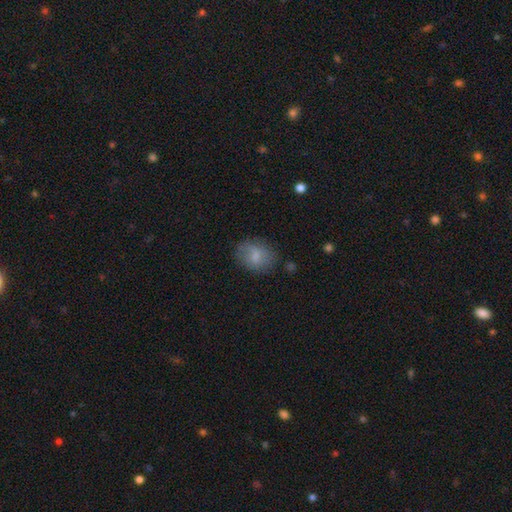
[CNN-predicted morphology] The model was most divided on "how rounded": in between: 56%, round: 42%, cigar-shaped: 1%. More confident: smooth or featured — smooth (74%); merging — none (71%).